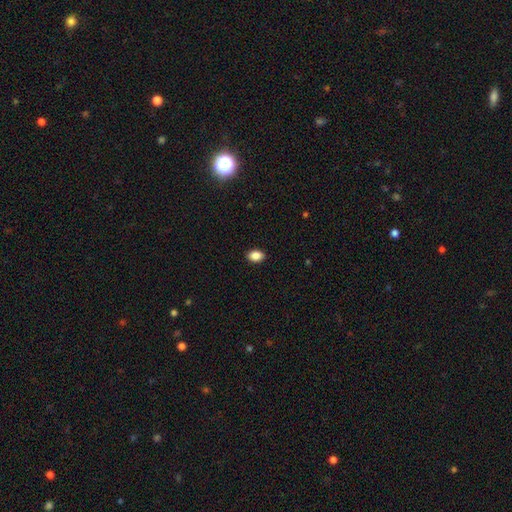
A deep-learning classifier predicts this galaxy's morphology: Smooth or featured?
  - smooth: 88% *
  - star or artifact: 8%
  - featured or disk: 4%
How rounded?
  - in between: 80% *
  - round: 18%
  - cigar-shaped: 1%
Merging?
  - none: 90% *
  - minor disturbance: 7%
  - major disturbance: 2%
  - merger: 1%